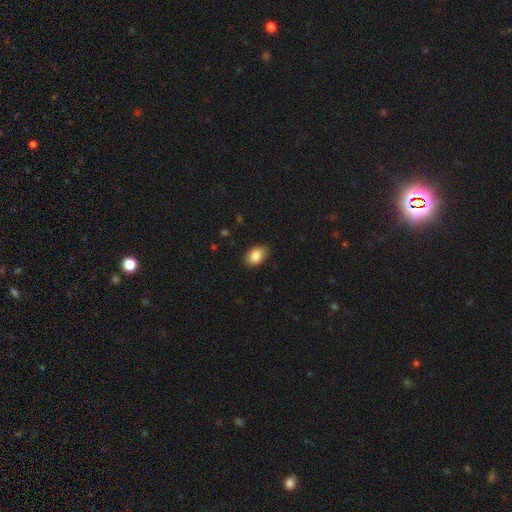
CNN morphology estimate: Smooth or featured?
  - smooth: 85% *
  - featured or disk: 8%
  - star or artifact: 7%
How rounded?
  - in between: 88% *
  - round: 11%
  - cigar-shaped: 1%
Merging?
  - none: 85% *
  - minor disturbance: 11%
  - major disturbance: 2%
  - merger: 1%